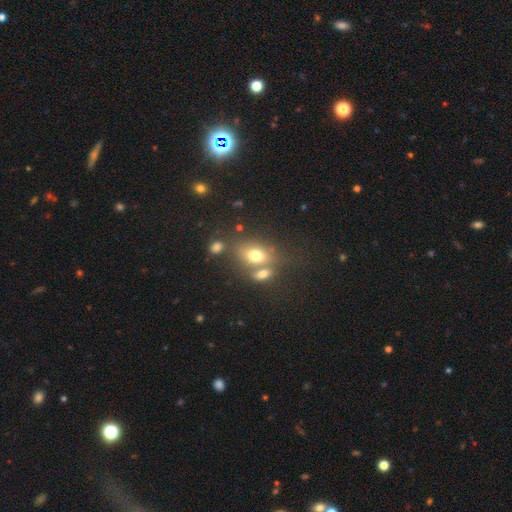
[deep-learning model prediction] Smooth or featured: smooth — 71% (featured or disk — 17%)
How rounded: in between — 73% (round — 25%)
Merging: none — 44% (merger — 39%)